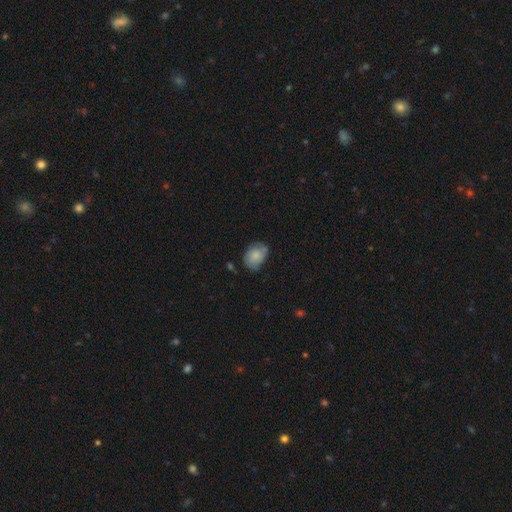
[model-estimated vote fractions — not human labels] smooth 69%, featured or disk 23%, star or artifact 7%. Down the decision tree: how rounded — in between (68%); merging — none (59%).